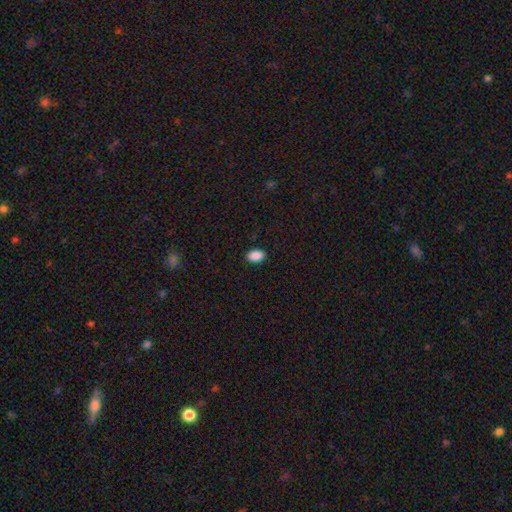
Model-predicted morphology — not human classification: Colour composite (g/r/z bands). It shows a smooth galaxy with no disk features (89%) that is in between round and cigar-shaped (88%). Merging: none (90%).